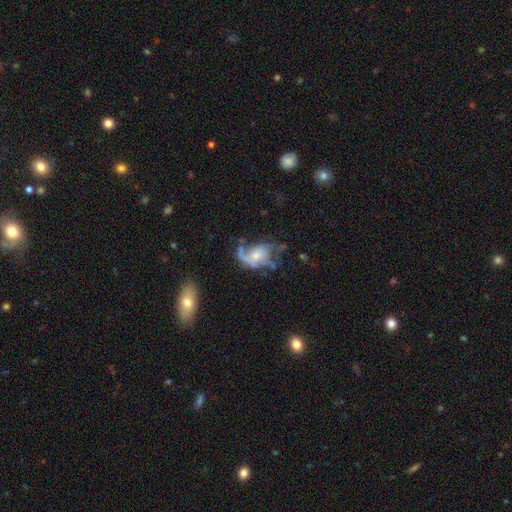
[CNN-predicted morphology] smooth_or_featured: featured or disk (p=0.67) [alt: smooth p=0.25]
disk_edge_on: no (p=0.97) [alt: yes p=0.03]
bar: no (p=0.71) [alt: weak p=0.24]
has_spiral_arms: yes (p=0.71) [alt: no p=0.29]
bulge_size: small (p=0.44) [alt: moderate p=0.41]
merging: major disturbance (p=0.41) [alt: none p=0.31]